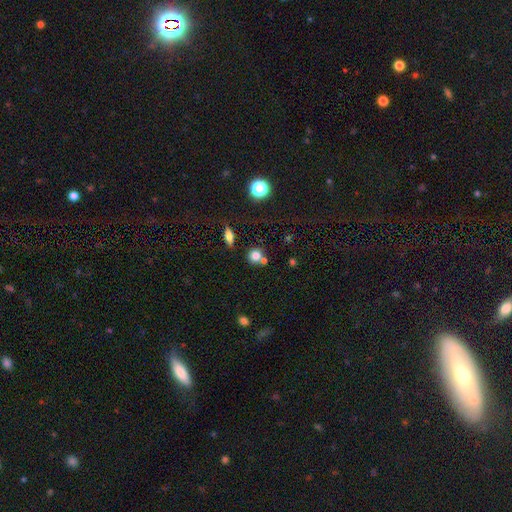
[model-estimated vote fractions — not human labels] This appears to be a smooth galaxy with no disk features (77%) that is round (86%). Merging: none (60%).